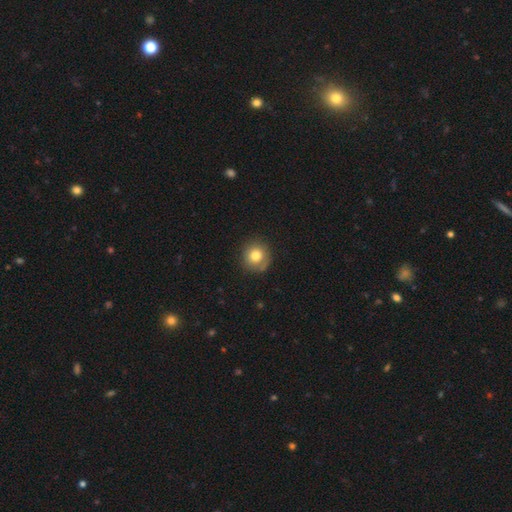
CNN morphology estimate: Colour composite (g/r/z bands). It shows a smooth galaxy with no disk features (78%) that is round (91%). Merging: none (81%).